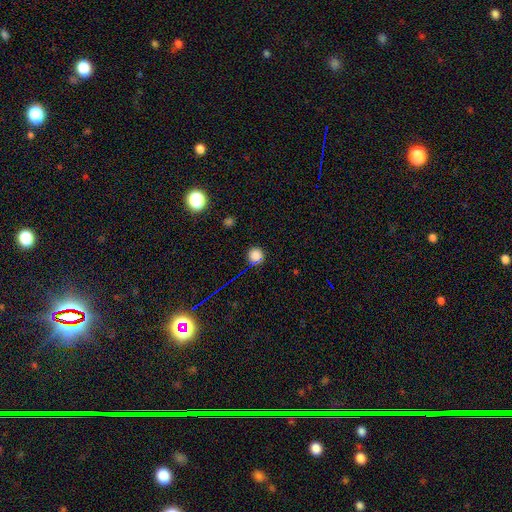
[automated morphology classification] A smooth galaxy with no disk features (73%) that is round (93%). Merging: none (81%).